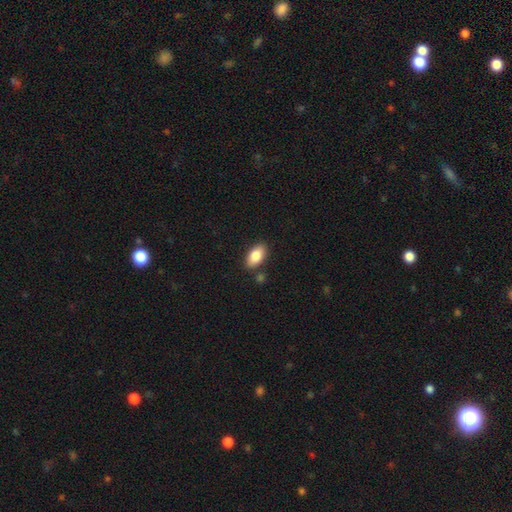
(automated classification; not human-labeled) Overall: smooth (83%). How rounded: in between (92%). Merging: none (82%).